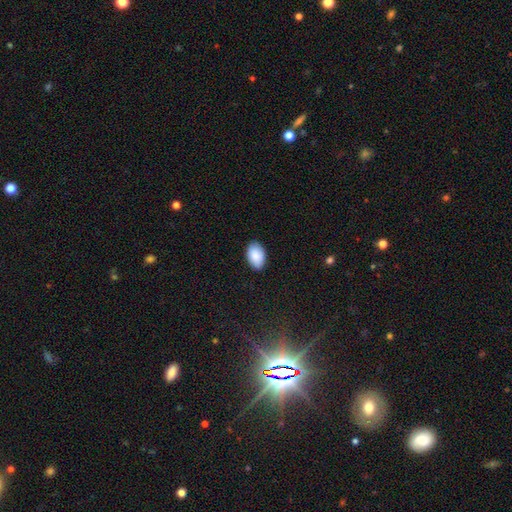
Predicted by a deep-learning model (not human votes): smooth-or-featured: smooth: 89% | star or artifact: 6% | featured or disk: 5%
  how-rounded: in between: 93% | round: 6% | cigar-shaped: 1%
  merging: none: 86% | minor disturbance: 11% | major disturbance: 2% | merger: 1%